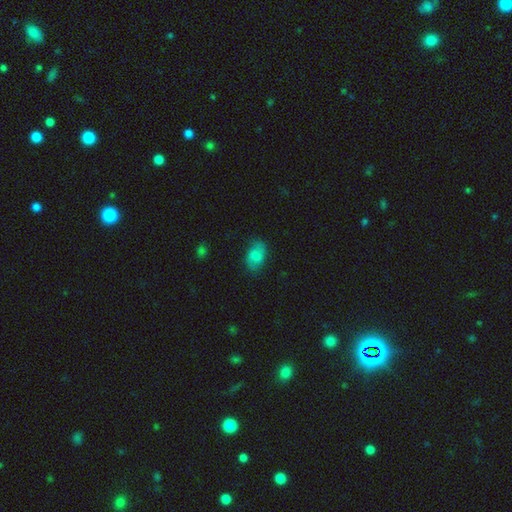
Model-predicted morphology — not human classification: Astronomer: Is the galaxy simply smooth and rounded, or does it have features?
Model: smooth — 68%.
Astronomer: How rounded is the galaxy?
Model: in between — 88%.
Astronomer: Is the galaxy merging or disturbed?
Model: none — 73%.